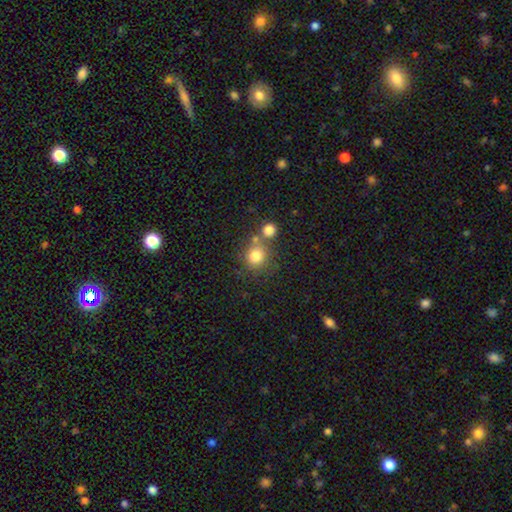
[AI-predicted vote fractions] Overall: smooth (78%). How rounded: round (87%). Merging: none (60%; merger 26%).